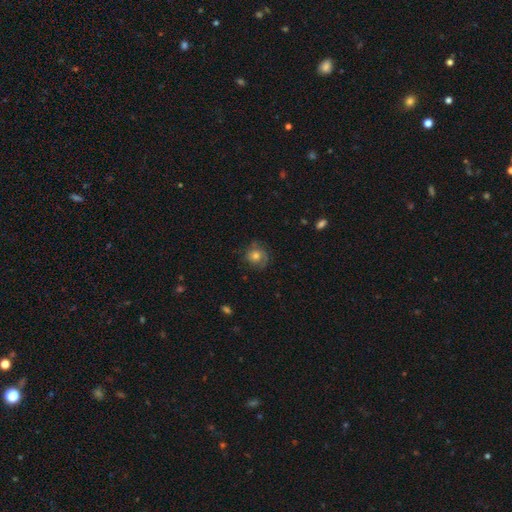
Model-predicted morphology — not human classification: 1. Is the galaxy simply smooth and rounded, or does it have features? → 47% smooth, 43% featured or disk, 10% star or artifact.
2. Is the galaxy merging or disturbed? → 69% none, 20% minor disturbance, 10% major disturbance, 1% merger.